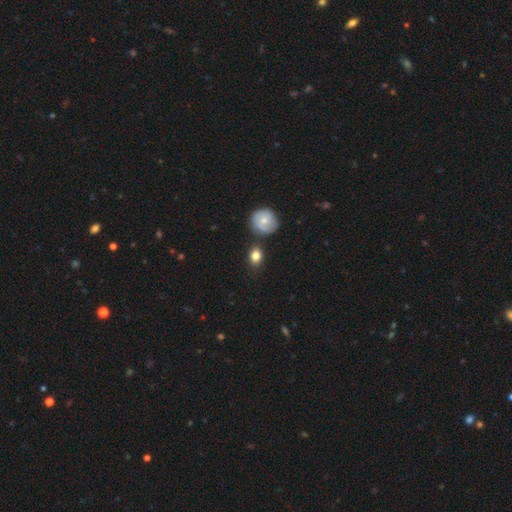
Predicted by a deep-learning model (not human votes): smooth 82%, featured or disk 10%, star or artifact 8%. Down the decision tree: how rounded — in between (52%); merging — none (77%).